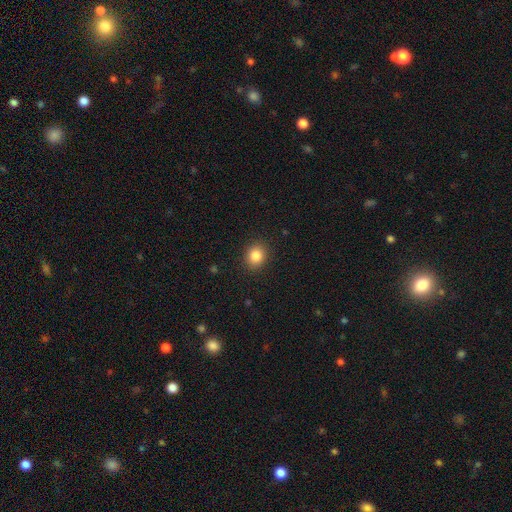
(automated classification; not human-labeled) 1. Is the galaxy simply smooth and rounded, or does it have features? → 85% smooth, 10% star or artifact, 5% featured or disk.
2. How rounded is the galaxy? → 71% round, 28% in between, 1% cigar-shaped.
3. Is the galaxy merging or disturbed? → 90% none, 7% minor disturbance, 2% major disturbance, 1% merger.